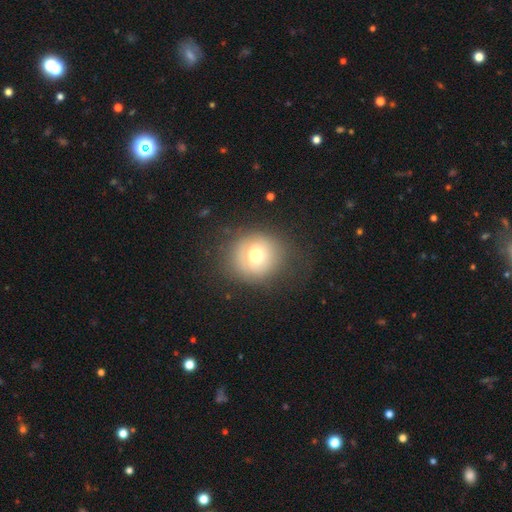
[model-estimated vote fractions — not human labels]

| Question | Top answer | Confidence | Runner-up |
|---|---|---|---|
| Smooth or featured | smooth | 63% | featured or disk (27%) |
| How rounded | round | 85% | in between (15%) |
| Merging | none | 74% | minor disturbance (17%) |